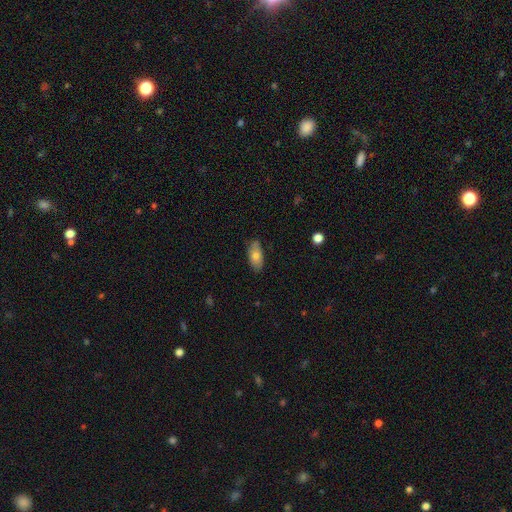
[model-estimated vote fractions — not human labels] This appears to be a smooth galaxy with no disk features (73%) that is in between round and cigar-shaped (89%). Merging: none (82%).